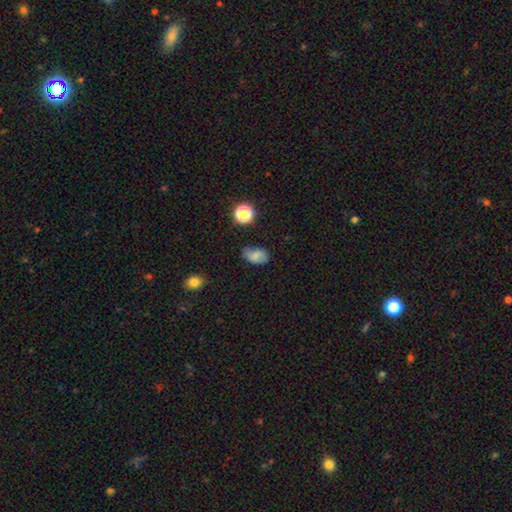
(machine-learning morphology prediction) A smooth galaxy with no disk features (69%) that is in between round and cigar-shaped (84%). Merging: none (69%).